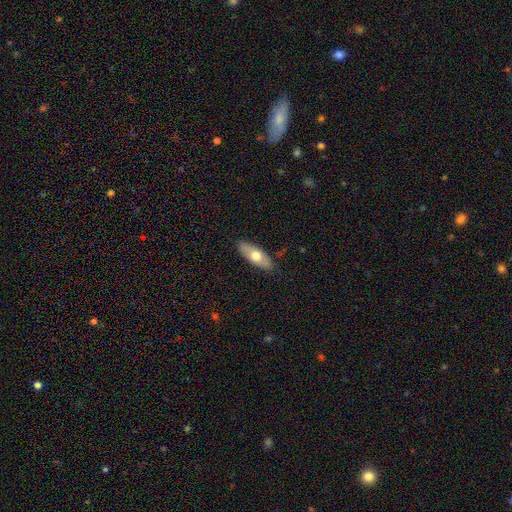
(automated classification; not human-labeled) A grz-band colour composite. It shows a smooth galaxy with no disk features (61%) that is in between round and cigar-shaped (74%). Merging: none (86%).